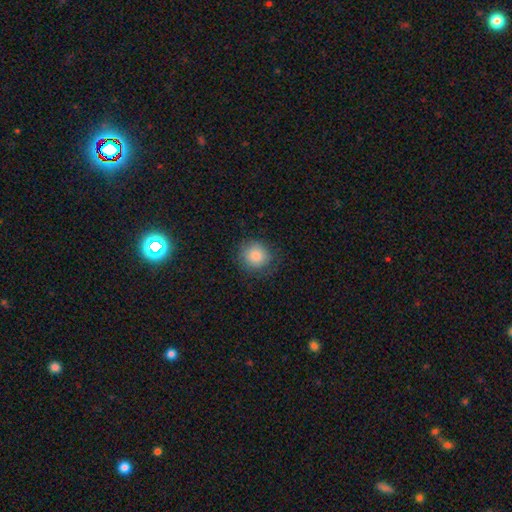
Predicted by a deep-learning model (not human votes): Smooth or featured? smooth (86%)
How rounded? round (88%)
Merging? none (81%)